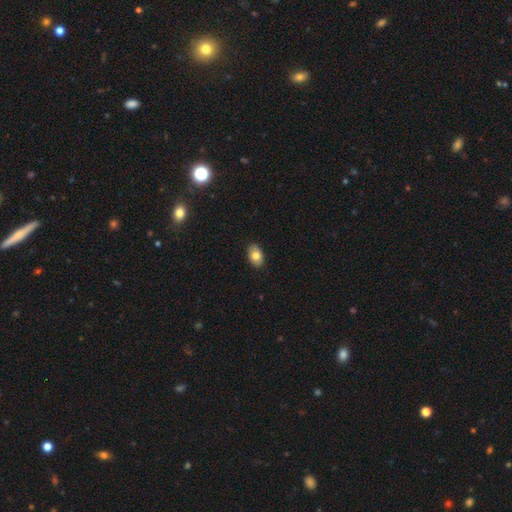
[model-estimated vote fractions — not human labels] Smooth or featured? Predicted: smooth (p=0.78). How rounded? Predicted: in between (p=0.89). Merging? Predicted: none (p=0.88).